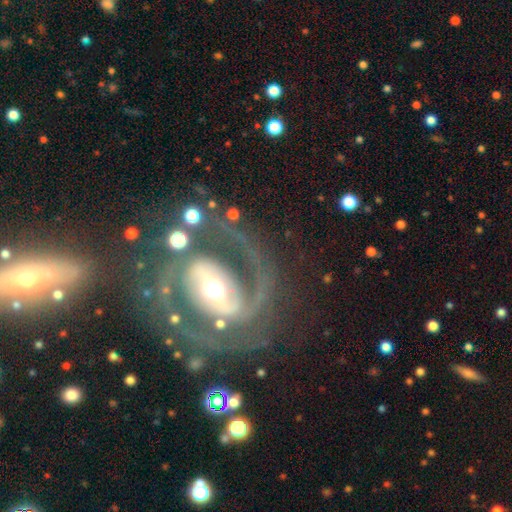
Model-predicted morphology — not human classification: featured or disk 89%, star or artifact 6%, smooth 5%. Down the decision tree: edge-on disk — no (97%); bar — strong (37%); spiral arms — yes (95%); spiral arm count — 2 (82%); spiral winding — medium (49%); bulge size — moderate (60%); merging — none (65%).